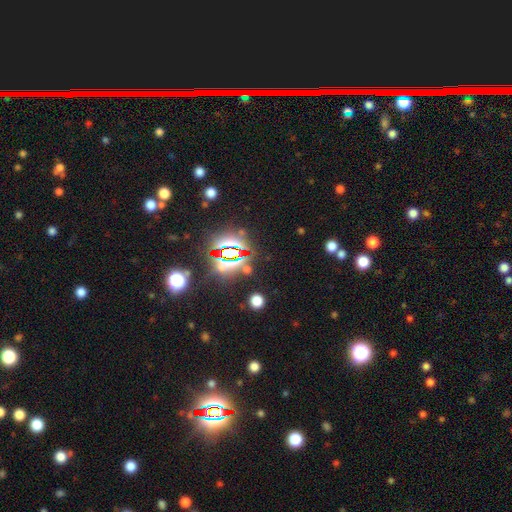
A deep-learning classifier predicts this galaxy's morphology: smooth_or_featured: star or artifact (p=0.83) [alt: smooth p=0.10]